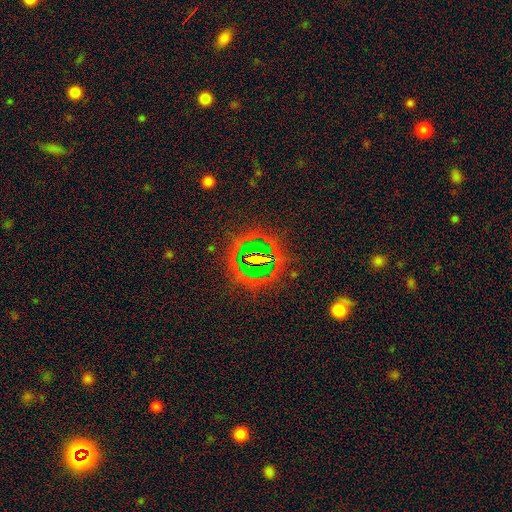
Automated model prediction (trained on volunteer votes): Overall: star or artifact (74%).